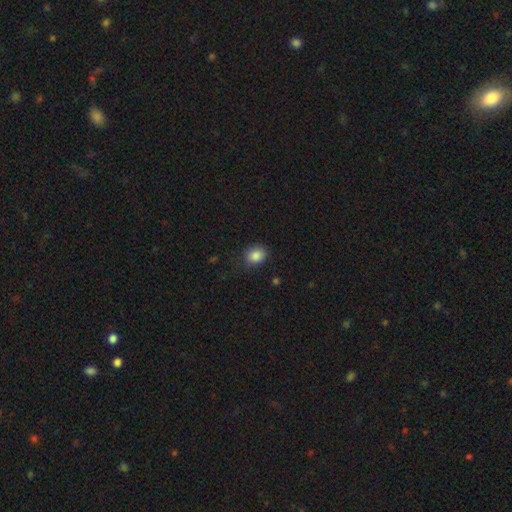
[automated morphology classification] Smooth or featured?
  - smooth: 86% *
  - star or artifact: 10%
  - featured or disk: 4%
How rounded?
  - round: 62% *
  - in between: 38%
  - cigar-shaped: 1%
Merging?
  - none: 82% *
  - minor disturbance: 13%
  - major disturbance: 3%
  - merger: 1%